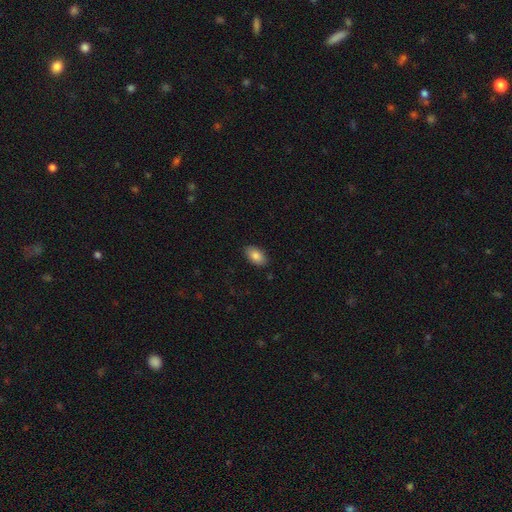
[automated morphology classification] Smooth or featured? smooth (86%)
How rounded? in between (93%)
Merging? none (88%)